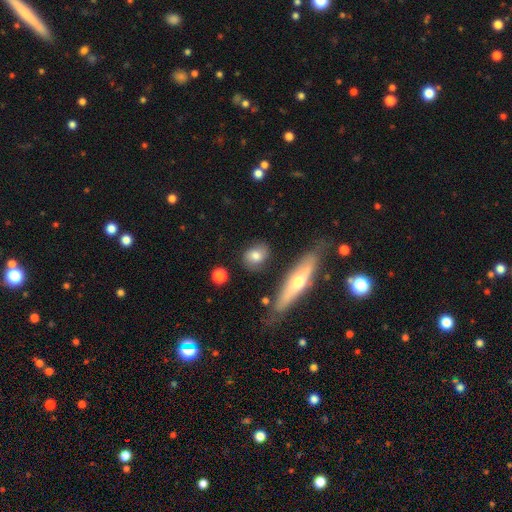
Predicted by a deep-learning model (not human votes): Smooth or featured? smooth (70%)
How rounded? round (53%)
Merging? none (78%)